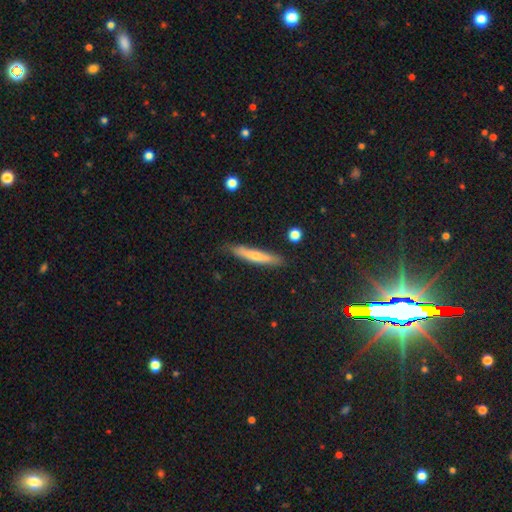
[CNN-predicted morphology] Q: Smooth or featured?
A: featured or disk (43%); runner-up: smooth (36%)
Q: Merging?
A: none (83%); runner-up: minor disturbance (13%)